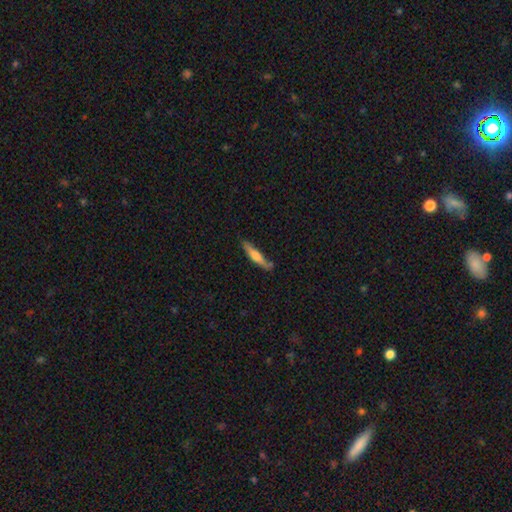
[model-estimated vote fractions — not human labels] Smooth or featured: smooth — 58% (featured or disk — 36%)
How rounded: cigar-shaped — 86% (in between — 12%)
Merging: none — 71% (minor disturbance — 19%)